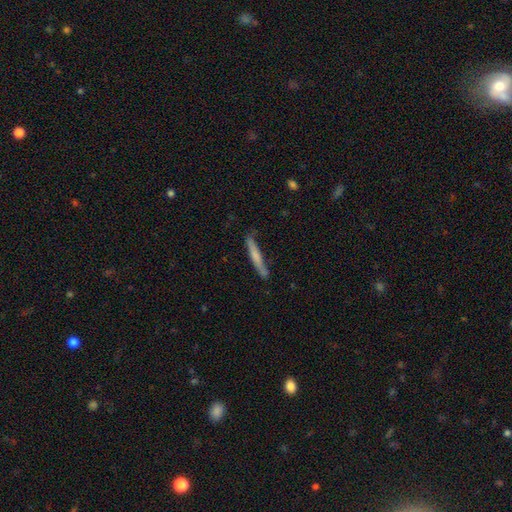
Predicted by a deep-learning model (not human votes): The model was most divided on "smooth or featured": smooth: 58%, featured or disk: 36%, star or artifact: 6%. More confident: how rounded — cigar-shaped (95%); merging — none (77%).